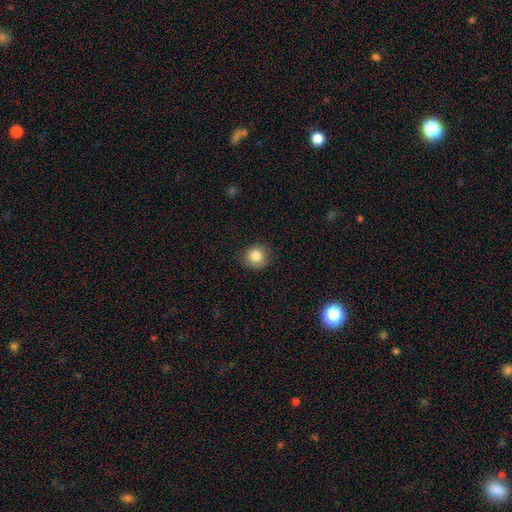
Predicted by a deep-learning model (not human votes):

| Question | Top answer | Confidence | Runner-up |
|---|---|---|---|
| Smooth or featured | smooth | 84% | star or artifact (10%) |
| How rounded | round | 90% | in between (9%) |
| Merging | none | 84% | minor disturbance (12%) |